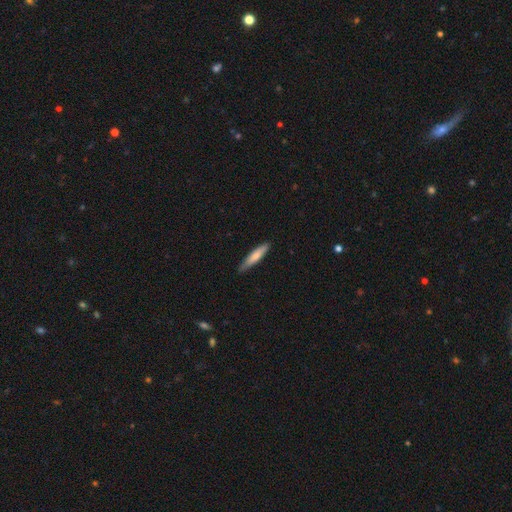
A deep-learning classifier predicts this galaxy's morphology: smooth-or-featured: smooth: 76% | featured or disk: 19% | star or artifact: 5%
  how-rounded: cigar-shaped: 86% | in between: 12% | round: 1%
  merging: none: 82% | minor disturbance: 15% | major disturbance: 2% | merger: 1%